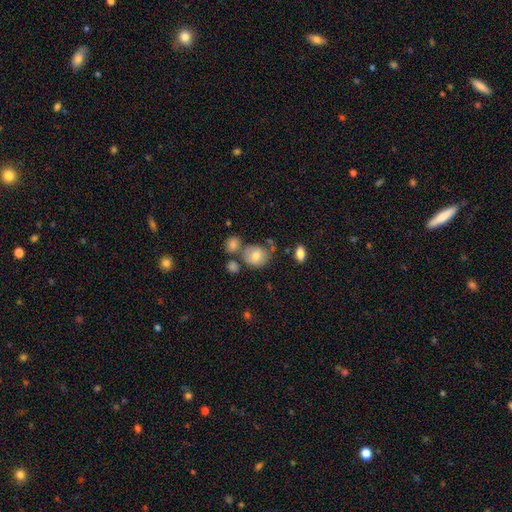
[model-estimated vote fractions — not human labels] Q: Smooth or featured?
A: smooth (74%); runner-up: featured or disk (16%)
Q: How rounded?
A: round (71%); runner-up: in between (28%)
Q: Merging?
A: none (56%); runner-up: merger (21%)